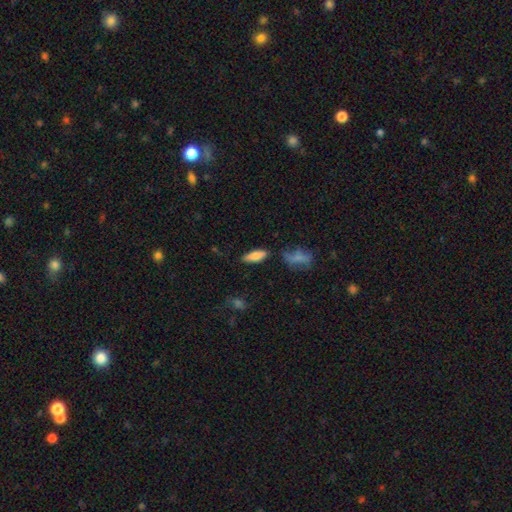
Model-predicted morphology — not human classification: This appears to be a smooth galaxy with no disk features (78%) that is in between round and cigar-shaped (65%). Merging: none (80%).